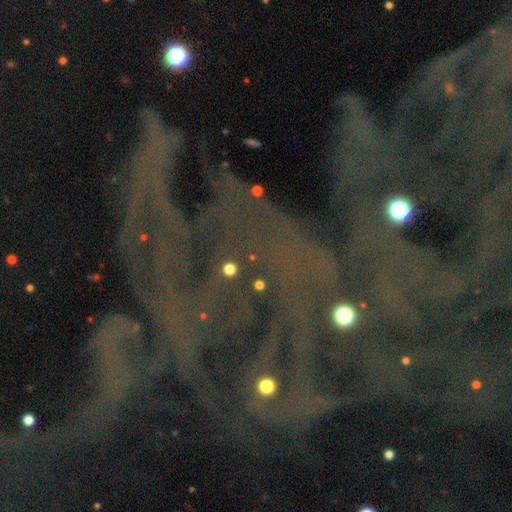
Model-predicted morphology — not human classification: Q: Smooth or featured?
A: star or artifact (82%); runner-up: featured or disk (11%)